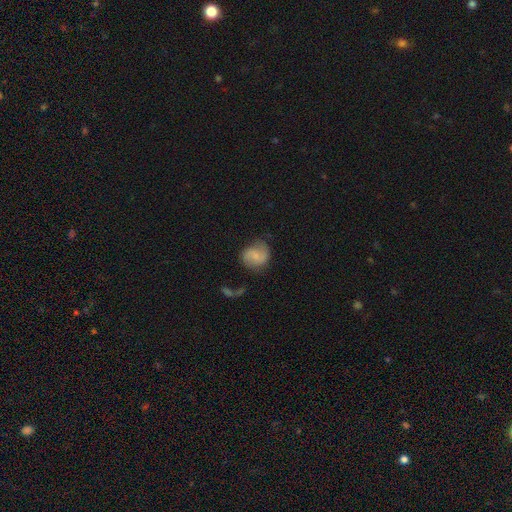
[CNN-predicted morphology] featured or disk 46% (tied), smooth 46% (tied), star or artifact 8%. Down the decision tree: merging — none (65%).